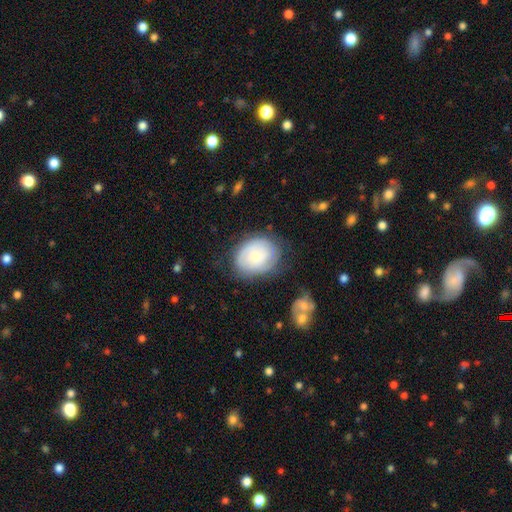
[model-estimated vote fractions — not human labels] The model was most divided on "smooth or featured": smooth: 48%, featured or disk: 44%, star or artifact: 7%. More confident: merging — none (69%).